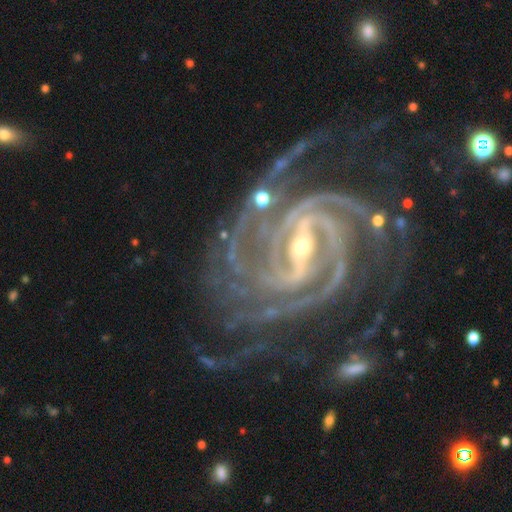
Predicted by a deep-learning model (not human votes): Morphology: type=featured or disk (94%); edge-on=no (98%); bar=strong (61%); spiral arms=yes (99%); winding=tight (69%); arm count=4 (27%); bulge=small (64%); merging=none (64%).